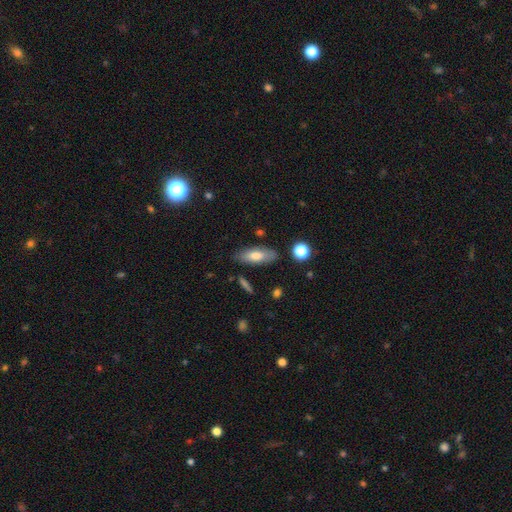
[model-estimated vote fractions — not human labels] smooth 72%, featured or disk 21%, star or artifact 7%. Down the decision tree: how rounded — in between (68%); merging — none (81%).